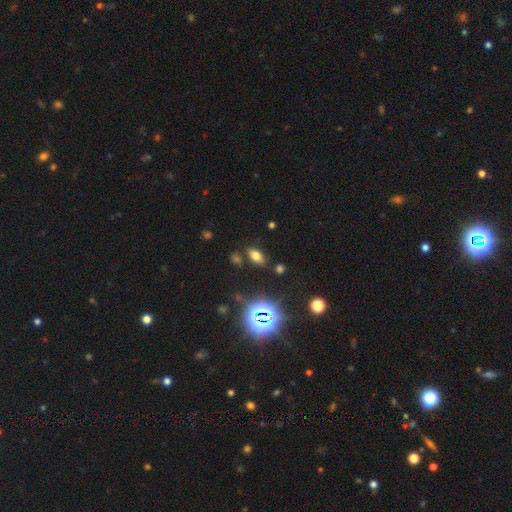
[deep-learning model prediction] The model was most divided on "smooth or featured": smooth: 65%, star or artifact: 24%, featured or disk: 10%. More confident: how rounded — in between (86%); merging — none (80%).